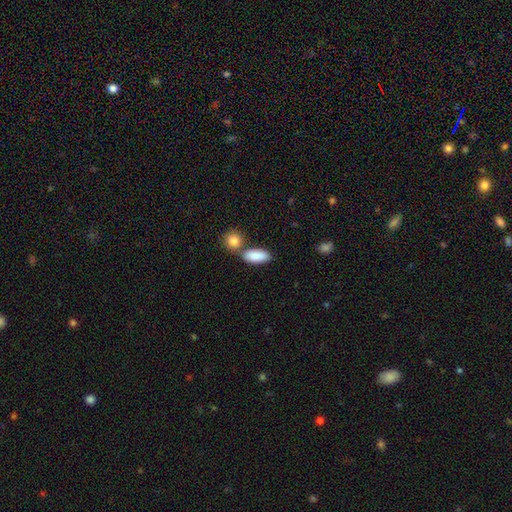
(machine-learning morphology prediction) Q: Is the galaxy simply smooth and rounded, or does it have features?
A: smooth — 89%.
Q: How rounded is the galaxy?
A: in between — 86%.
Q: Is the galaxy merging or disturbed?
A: none — 61%.